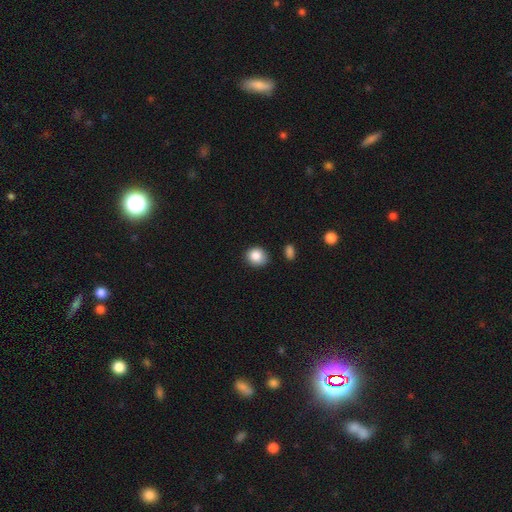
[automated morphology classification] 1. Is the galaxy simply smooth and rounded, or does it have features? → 86% smooth, 9% star or artifact, 5% featured or disk.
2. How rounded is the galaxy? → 76% round, 23% in between, 1% cigar-shaped.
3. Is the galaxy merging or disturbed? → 81% none, 14% minor disturbance, 3% major disturbance, 3% merger.